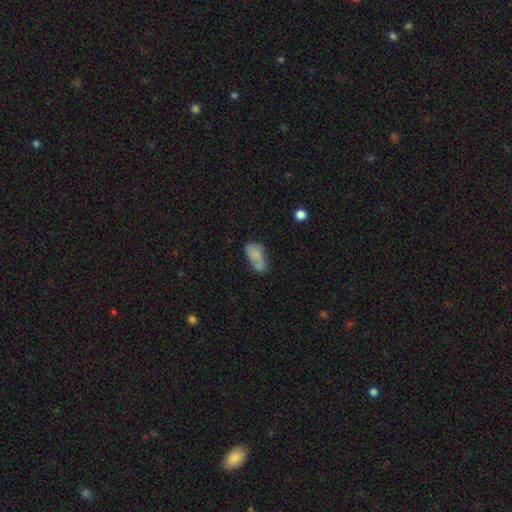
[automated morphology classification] smooth-or-featured: smooth: 61% | featured or disk: 29% | star or artifact: 10%
  how-rounded: in between: 88% | round: 6% | cigar-shaped: 6%
  merging: none: 32% | merger: 28% | minor disturbance: 25% | major disturbance: 16%